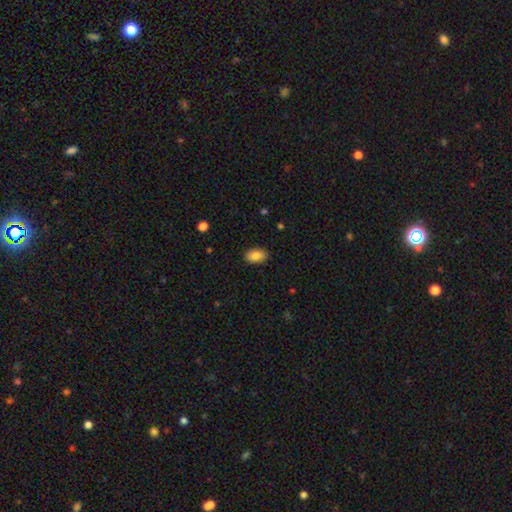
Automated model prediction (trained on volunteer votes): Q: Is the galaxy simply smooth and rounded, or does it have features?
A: smooth — 87%.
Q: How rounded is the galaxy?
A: in between — 91%.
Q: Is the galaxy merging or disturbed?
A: none — 89%.